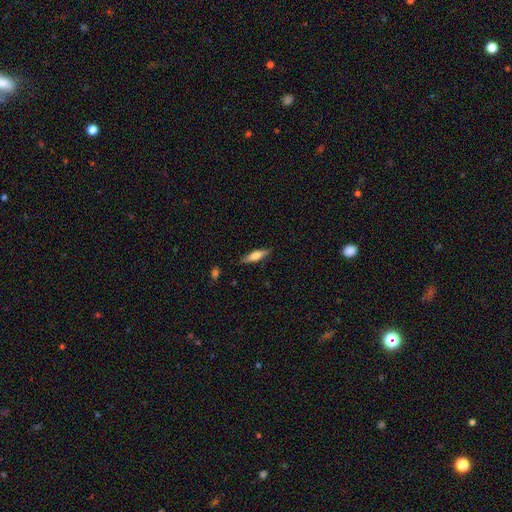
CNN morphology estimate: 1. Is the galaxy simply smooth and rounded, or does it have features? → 55% smooth, 39% featured or disk, 6% star or artifact.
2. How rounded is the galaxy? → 69% cigar-shaped, 29% in between, 2% round.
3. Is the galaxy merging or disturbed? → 87% none, 10% minor disturbance, 2% major disturbance, 1% merger.